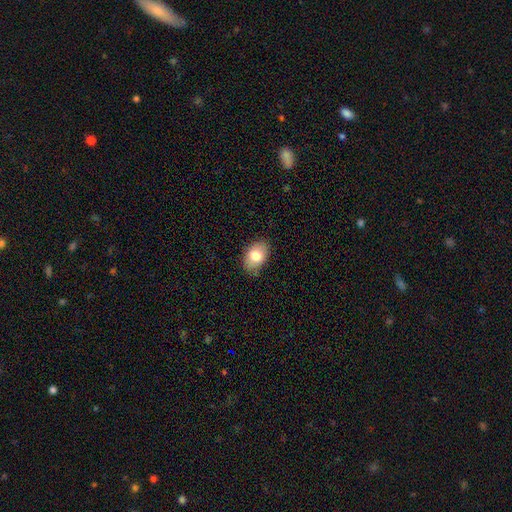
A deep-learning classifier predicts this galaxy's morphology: smooth_or_featured: smooth (p=0.80) [alt: featured or disk p=0.12]
how_rounded: in between (p=0.86) [alt: round p=0.13]
merging: none (p=0.79) [alt: minor disturbance p=0.17]